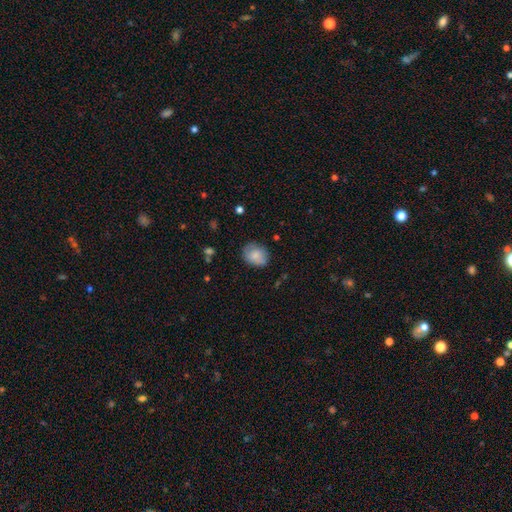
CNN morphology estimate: Smooth or featured? smooth (80%)
How rounded? in between (51%)
Merging? none (72%)